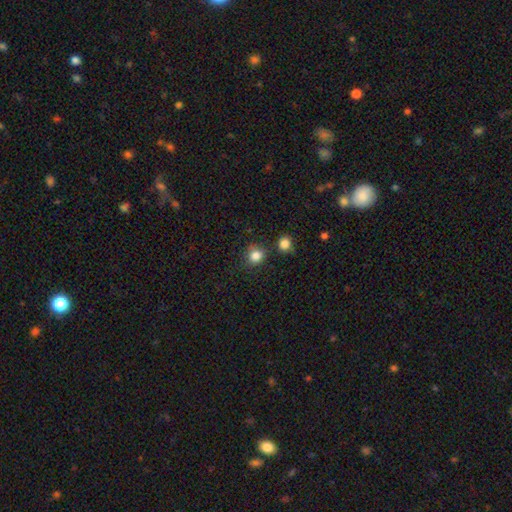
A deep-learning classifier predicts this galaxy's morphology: Overall: smooth (84%). How rounded: round (84%). Merging: none (75%).